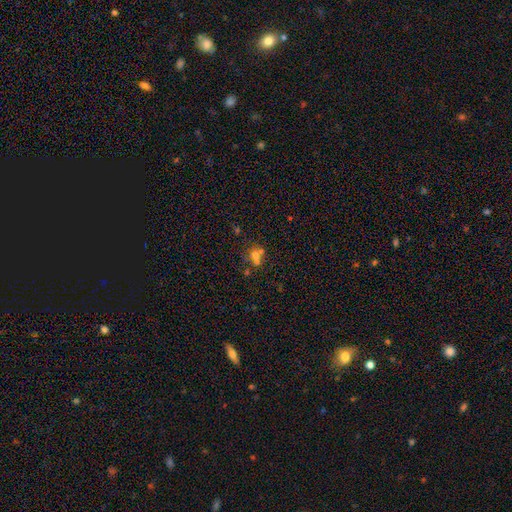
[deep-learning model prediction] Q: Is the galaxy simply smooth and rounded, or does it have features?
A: smooth — 55%.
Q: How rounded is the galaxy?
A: round — 76%.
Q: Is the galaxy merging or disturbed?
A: merger — 45%.